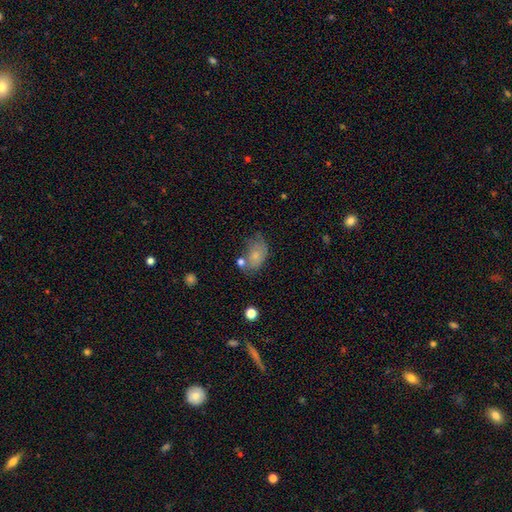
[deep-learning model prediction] smooth-or-featured: smooth: 70% | featured or disk: 21% | star or artifact: 9%
  how-rounded: in between: 85% | round: 13% | cigar-shaped: 2%
  merging: none: 43% | minor disturbance: 28% | merger: 16% | major disturbance: 14%